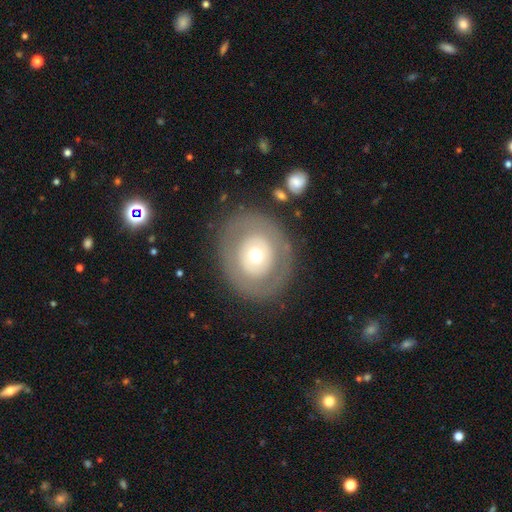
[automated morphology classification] A featured or disk galaxy (48%).

Vote fractions:
- Smooth or featured? featured or disk: 48% / smooth: 46% / star or artifact: 6%
- Merging? none: 83% / minor disturbance: 9% / major disturbance: 6% / merger: 2%